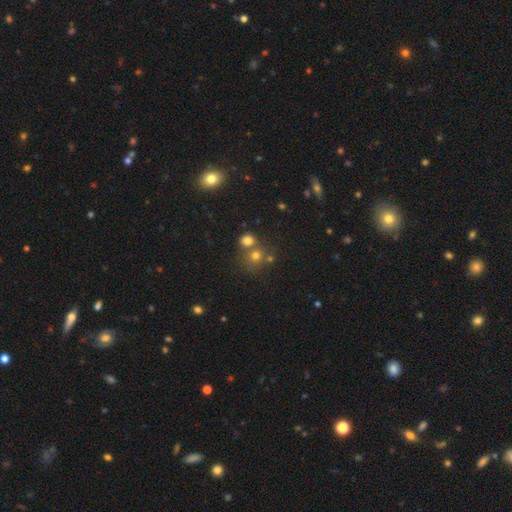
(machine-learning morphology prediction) smooth_or_featured: smooth (p=0.69) [alt: star or artifact p=0.19]
how_rounded: round (p=0.84) [alt: in between p=0.15]
merging: none (p=0.51) [alt: merger p=0.37]